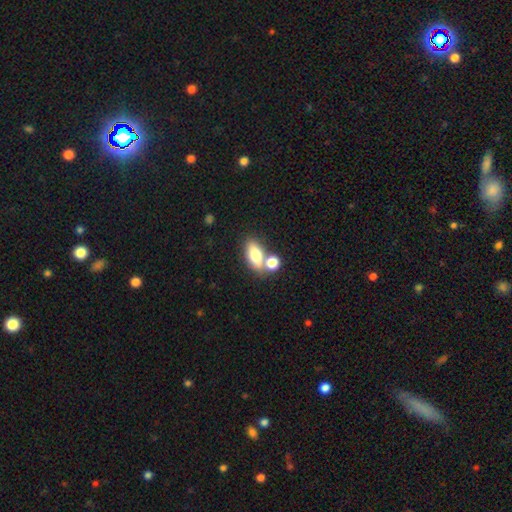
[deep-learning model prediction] A smooth galaxy with no disk features (76%) that is in between round and cigar-shaped (78%).

Vote fractions:
- Smooth or featured? smooth: 76% / featured or disk: 15% / star or artifact: 9%
- How rounded? in between: 78% / cigar-shaped: 11% / round: 11%
- Merging? none: 53% / merger: 31% / minor disturbance: 11% / major disturbance: 5%